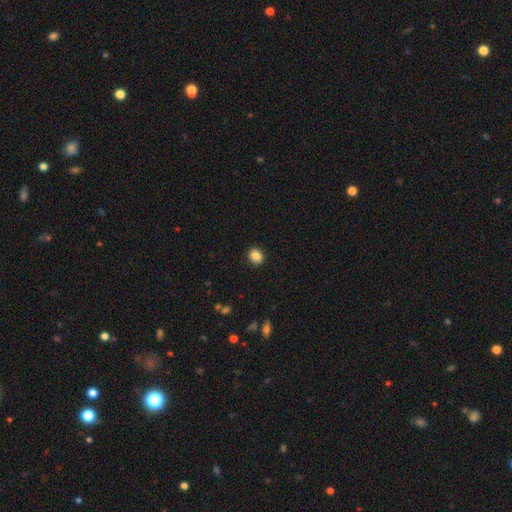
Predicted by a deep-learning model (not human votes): Smooth or featured? smooth (87%)
How rounded? round (52%)
Merging? none (90%)